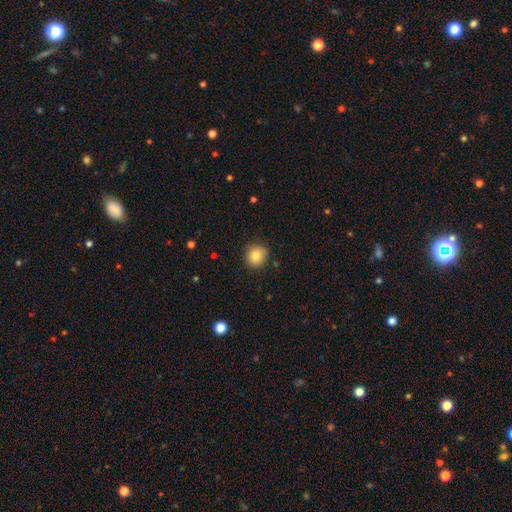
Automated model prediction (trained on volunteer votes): This is clearly a smooth galaxy (84%). How rounded: clearly round (88%). Merging: clearly none (84%).